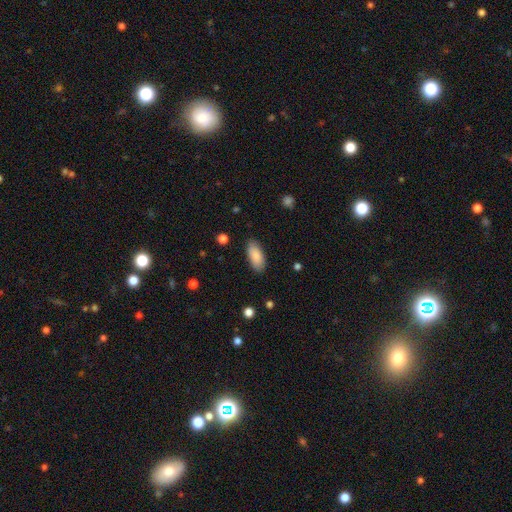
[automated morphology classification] Smooth or featured? smooth (88%)
How rounded? in between (87%)
Merging? none (87%)